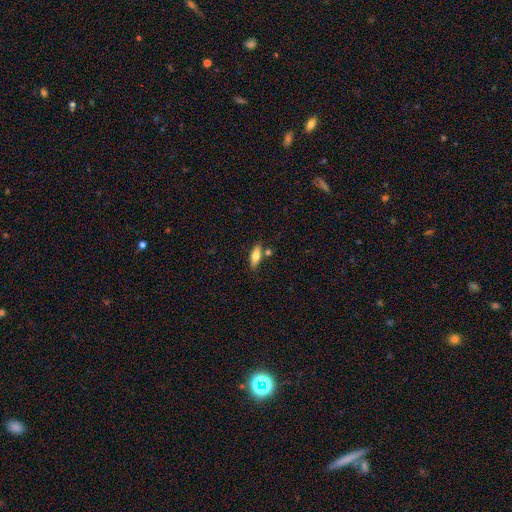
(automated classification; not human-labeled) The model was most divided on "how rounded": in between: 63%, cigar-shaped: 34%, round: 3%. More confident: merging — none (75%); smooth or featured — smooth (68%).